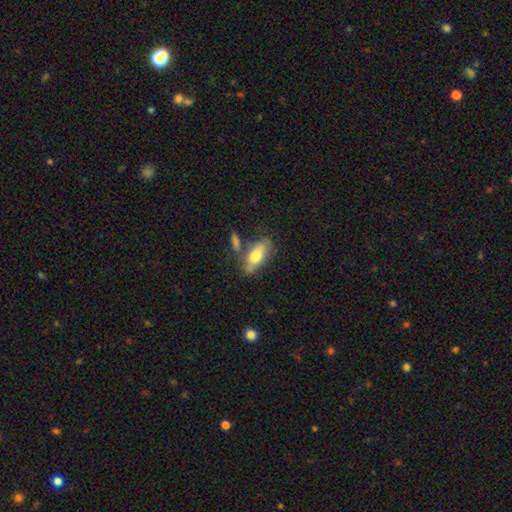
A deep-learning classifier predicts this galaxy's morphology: Smooth or featured?
  - smooth: 67% *
  - featured or disk: 26%
  - star or artifact: 7%
How rounded?
  - in between: 81% *
  - cigar-shaped: 15%
  - round: 3%
Merging?
  - none: 58% *
  - minor disturbance: 18%
  - merger: 17%
  - major disturbance: 7%